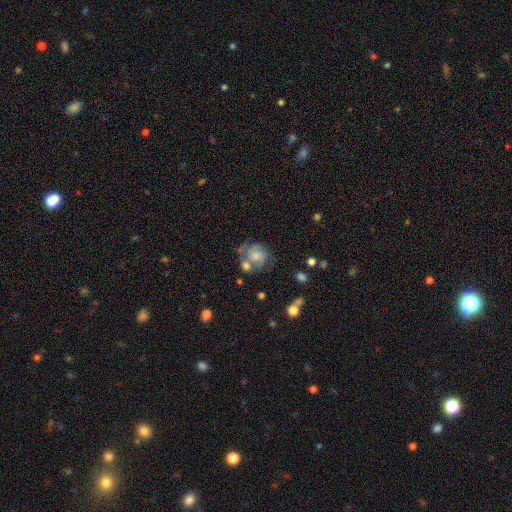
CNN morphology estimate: smooth-or-featured: featured or disk: 55% | smooth: 37% | star or artifact: 8%
  disk-edge-on: no: 97% | yes: 3%
    bar: no: 75% | weak: 21% | strong: 3%
    has-spiral-arms: yes: 79% | no: 21%
    bulge-size: moderate: 41% | small: 39% | none: 9% | large: 8% | dominant: 2%
  merging: none: 45% | merger: 22% | minor disturbance: 20% | major disturbance: 12%